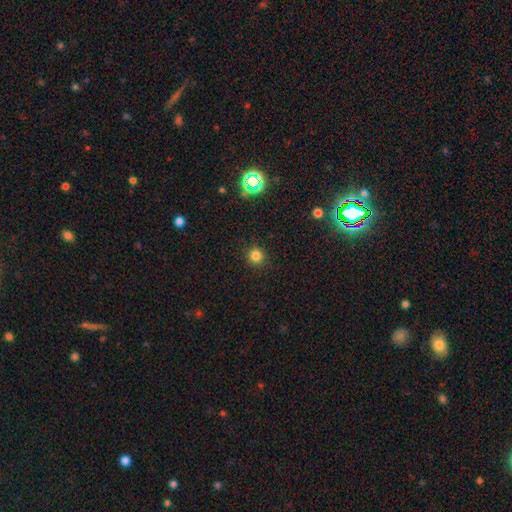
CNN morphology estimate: smooth-or-featured: smooth: 80% | star or artifact: 15% | featured or disk: 4%
  how-rounded: round: 94% | in between: 5% | cigar-shaped: 1%
  merging: none: 91% | minor disturbance: 6% | major disturbance: 2% | merger: 1%